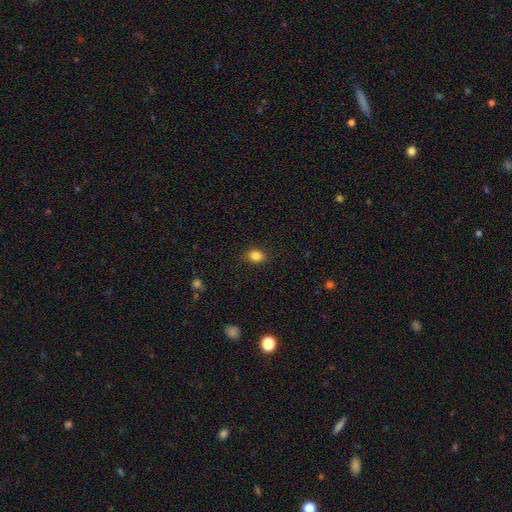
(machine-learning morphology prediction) Smooth or featured: smooth — 85% (star or artifact — 10%)
How rounded: in between — 56% (round — 42%)
Merging: none — 85% (minor disturbance — 11%)